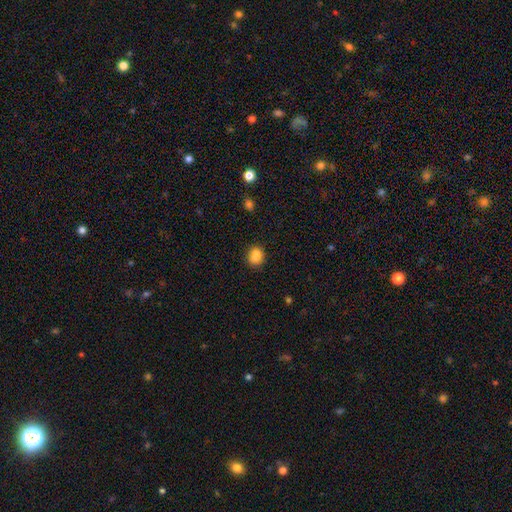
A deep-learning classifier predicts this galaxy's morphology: This appears to be a smooth galaxy with no disk features (79%) that is round (69%). Merging: none (53%).